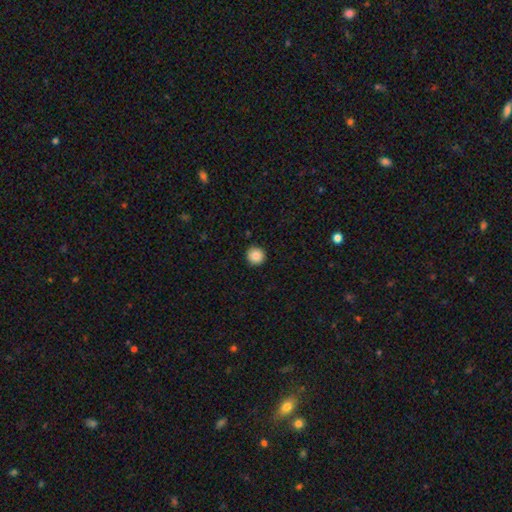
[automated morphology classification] Overall: smooth (88%). How rounded: round (95%). Merging: none (92%).